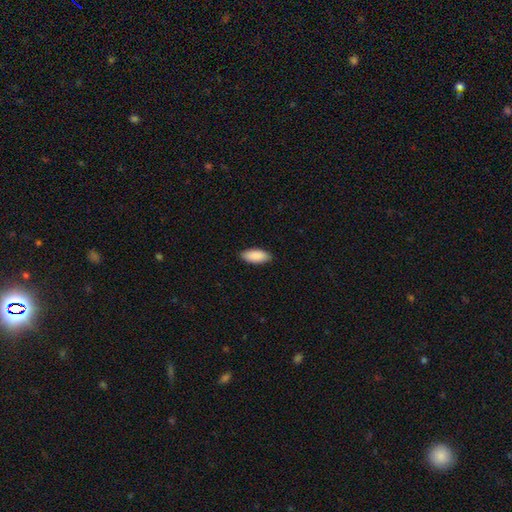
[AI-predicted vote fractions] This appears to be a smooth galaxy with no disk features (91%) that is in between round and cigar-shaped (89%). Merging: none (90%).